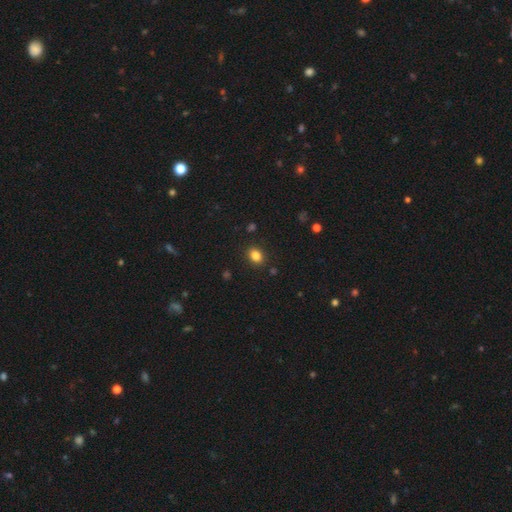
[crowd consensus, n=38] Morphology: type=smooth (92%); roundness=in between (57%); merging=none (89%).